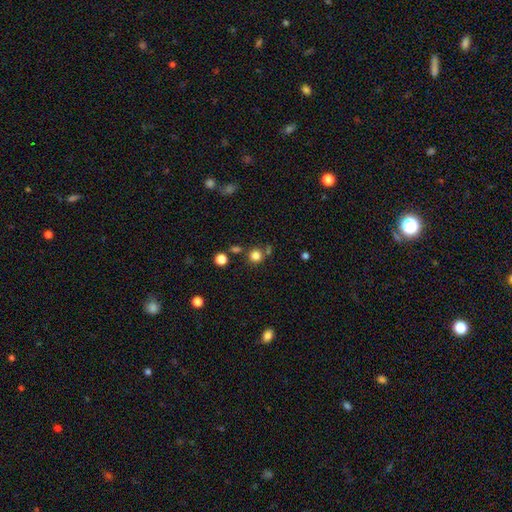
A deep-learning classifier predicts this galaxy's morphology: This is clearly a smooth galaxy (81%). How rounded: clearly round (92%). Merging: likely none (77%).